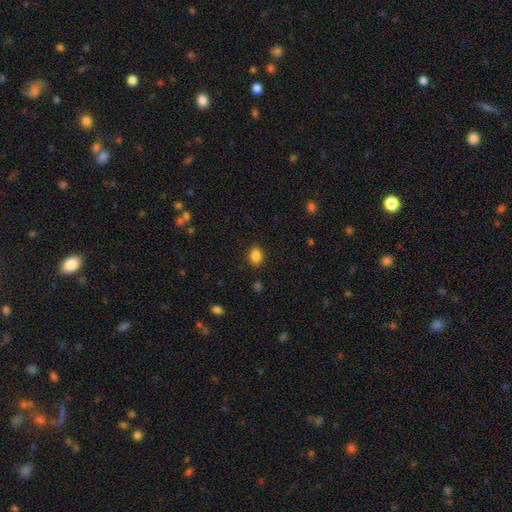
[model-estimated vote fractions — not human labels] Smooth or featured? smooth (86%)
How rounded? in between (67%)
Merging? none (86%)